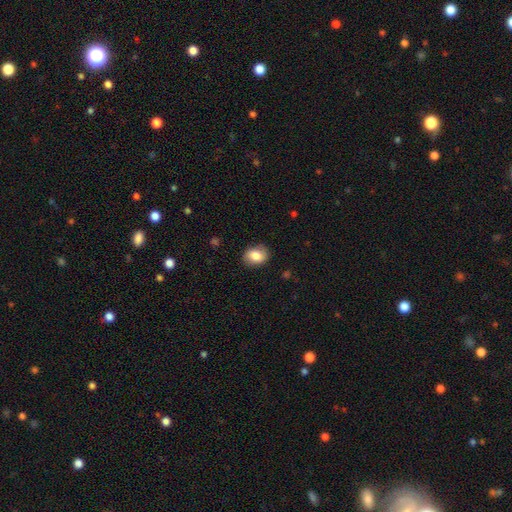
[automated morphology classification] Smooth or featured?
  - smooth: 81% *
  - featured or disk: 11%
  - star or artifact: 8%
How rounded?
  - in between: 59% *
  - round: 40%
  - cigar-shaped: 1%
Merging?
  - none: 85% *
  - minor disturbance: 11%
  - major disturbance: 3%
  - merger: 1%